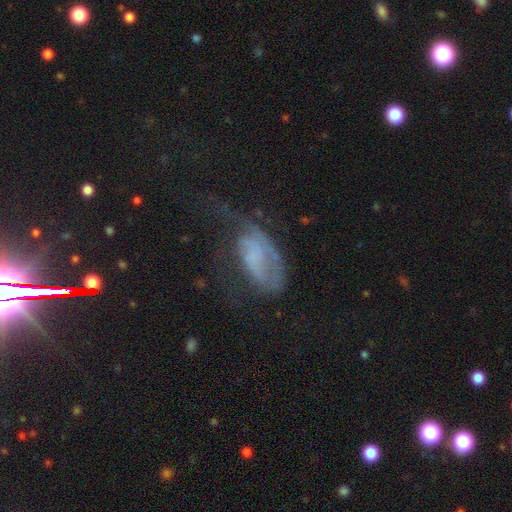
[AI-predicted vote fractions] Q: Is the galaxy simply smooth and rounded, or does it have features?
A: featured or disk — 52%.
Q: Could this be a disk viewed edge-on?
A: no — 94%.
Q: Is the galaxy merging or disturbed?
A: major disturbance — 49%.